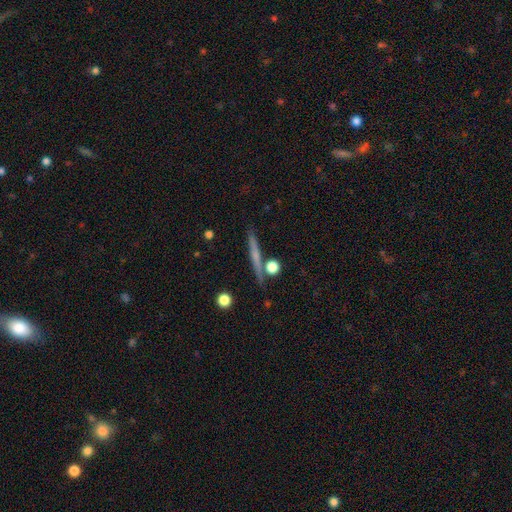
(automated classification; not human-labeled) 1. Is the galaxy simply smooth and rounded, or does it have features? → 49% featured or disk, 43% smooth, 9% star or artifact.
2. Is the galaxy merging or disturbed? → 82% none, 8% minor disturbance, 7% merger, 3% major disturbance.